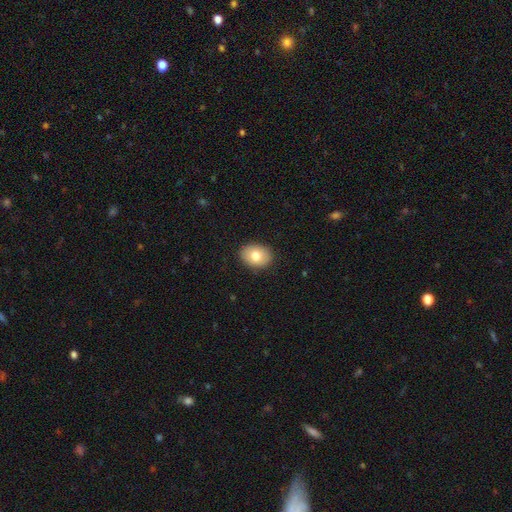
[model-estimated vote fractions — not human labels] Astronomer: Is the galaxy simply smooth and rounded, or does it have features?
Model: smooth — 76%.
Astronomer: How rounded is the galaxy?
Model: in between — 67%.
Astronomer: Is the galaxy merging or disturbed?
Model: none — 89%.